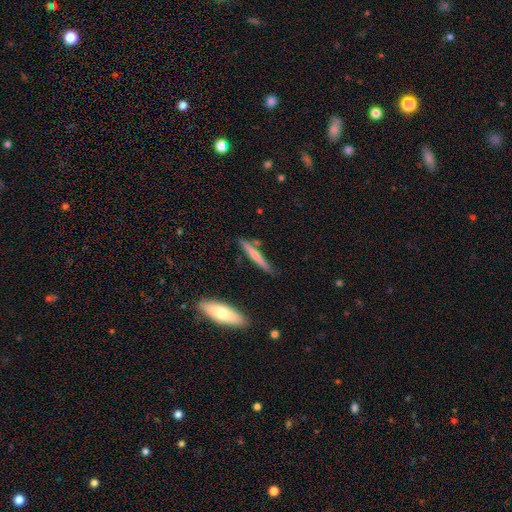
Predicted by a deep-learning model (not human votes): smooth-or-featured: smooth: 55% | featured or disk: 39% | star or artifact: 6%
  how-rounded: cigar-shaped: 93% | in between: 5% | round: 2%
  merging: none: 79% | minor disturbance: 12% | merger: 6% | major disturbance: 2%